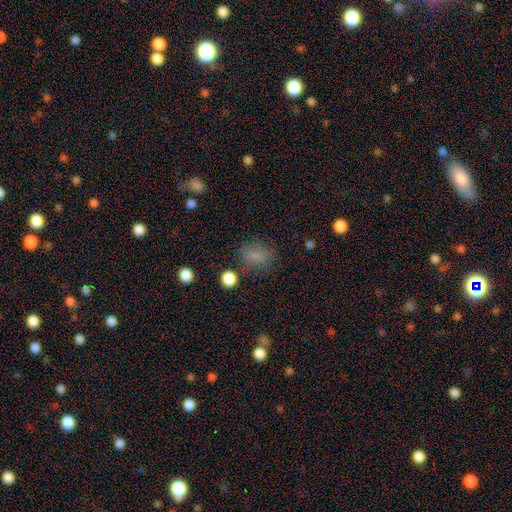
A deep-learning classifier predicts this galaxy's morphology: type=smooth (78%); roundness=in between (51%); merging=none (75%).